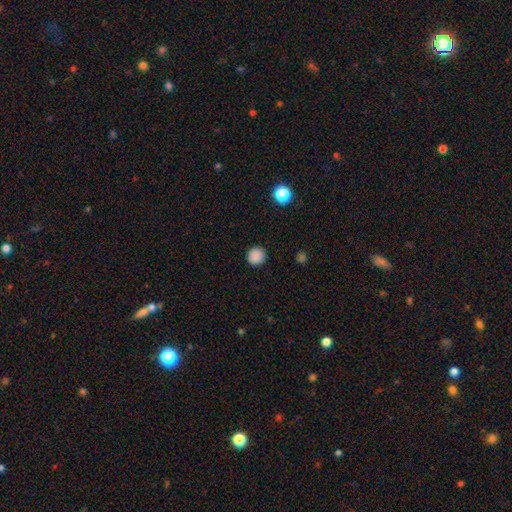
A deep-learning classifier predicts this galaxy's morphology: smooth 87%, star or artifact 10%, featured or disk 3%. Down the decision tree: how rounded — round (92%); merging — none (91%).